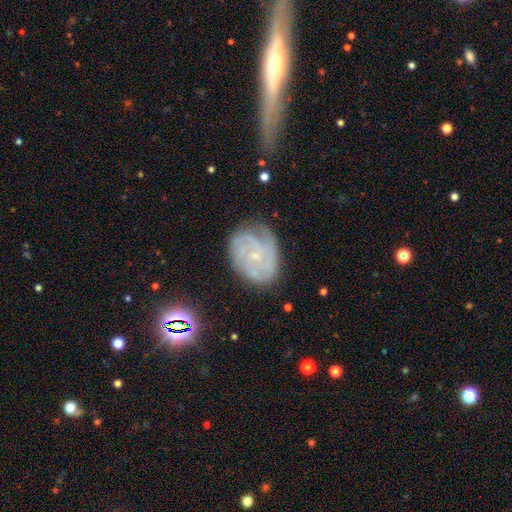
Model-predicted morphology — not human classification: This is clearly a featured or disk galaxy (80%). It is clearly not viewed edge-on (97%). Bar: likely no (74%). Spiral arm pattern: clearly yes (95%). Spiral arm count: marginally can't tell (29%). Spiral winding: likely tight (66%). Central bulge: likely small (78%). Merging: likely none (70%).